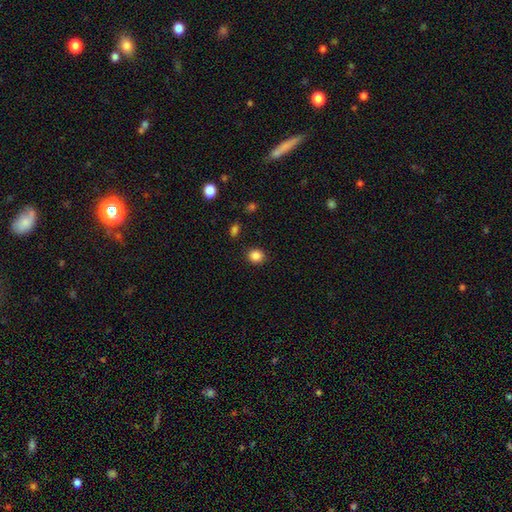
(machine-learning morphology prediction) smooth_or_featured: smooth (p=0.86) [alt: star or artifact p=0.10]
how_rounded: round (p=0.82) [alt: in between p=0.17]
merging: none (p=0.88) [alt: minor disturbance p=0.08]